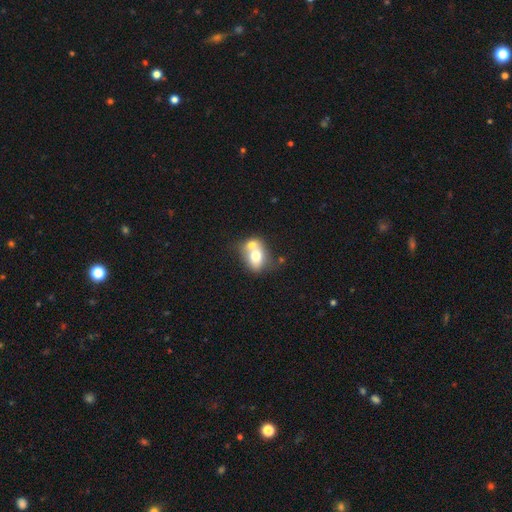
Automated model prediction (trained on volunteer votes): smooth_or_featured: smooth (p=0.68) [alt: featured or disk p=0.24]
how_rounded: in between (p=0.66) [alt: round p=0.33]
merging: merger (p=0.59) [alt: none p=0.27]